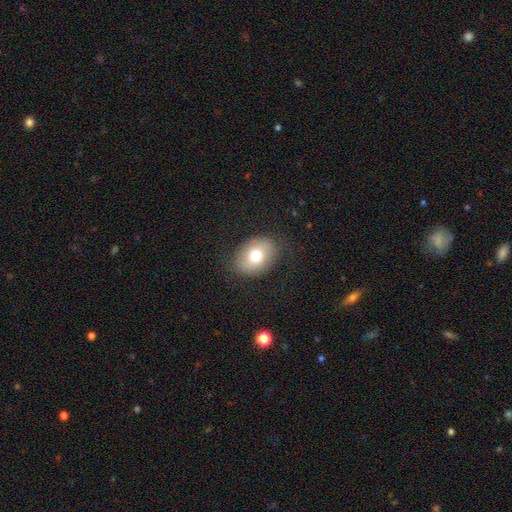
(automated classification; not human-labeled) This appears to be a smooth galaxy with no disk features (74%) that is in between round and cigar-shaped (71%). Merging: none (83%).